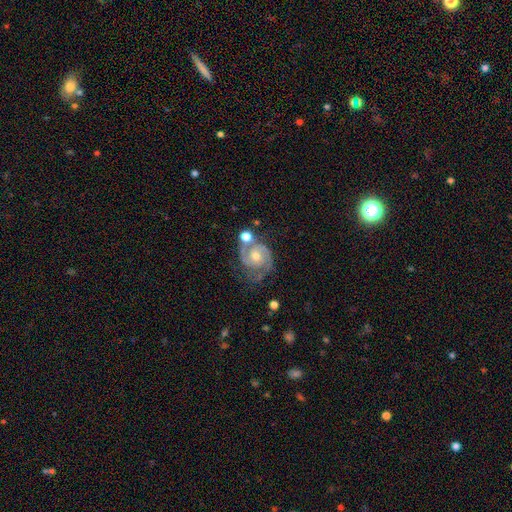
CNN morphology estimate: A featured or disk galaxy (90%) with no bar (66%), 2 (87%) tight (48%) spiral arms (98%) and a moderate central bulge (57%).

Vote fractions:
- Smooth or featured? featured or disk: 90% / smooth: 5% / star or artifact: 5%
- Edge-on disk? no: 98% / yes: 2%
- Bar? no: 66% / weak: 27% / strong: 6%
- Spiral arms? yes: 98% / no: 2%
- Spiral winding? tight: 48% / medium: 44% / loose: 7%
- Spiral arm count? 2: 87% / 3: 5% / can't tell: 4% / 1: 2% / 4: 1% / more than 4: 1%
- Bulge size? moderate: 57% / small: 38% / large: 3% / none: 2% / dominant: 1%
- Merging? none: 60% / minor disturbance: 19% / merger: 13% / major disturbance: 8%